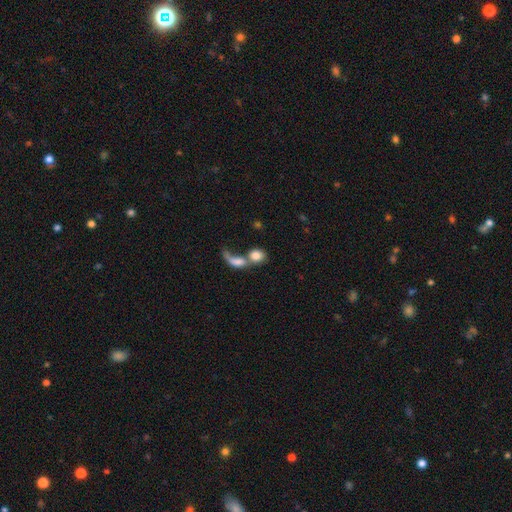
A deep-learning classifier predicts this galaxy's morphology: The model was most divided on "how rounded": round: 54%, in between: 41%, cigar-shaped: 4%. More confident: smooth or featured — smooth (73%); merging — merger (66%).